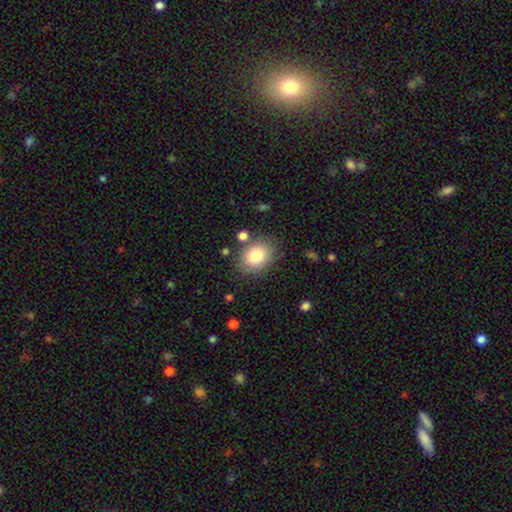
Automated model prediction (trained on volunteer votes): smooth 81%, featured or disk 10%, star or artifact 8%. Down the decision tree: how rounded — in between (62%); merging — none (78%).